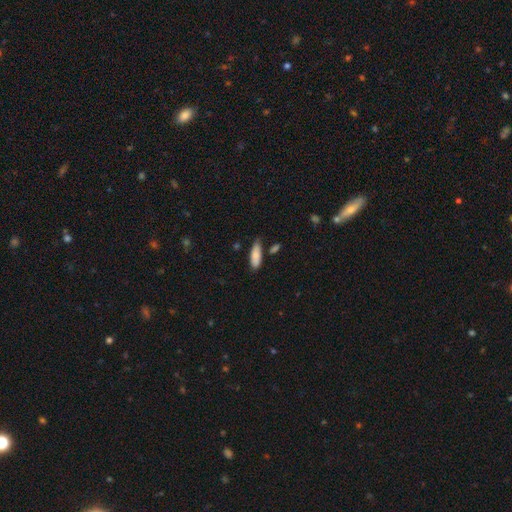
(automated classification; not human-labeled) This is clearly a smooth galaxy (84%). How rounded: likely in between (61%). Merging: likely none (66%).